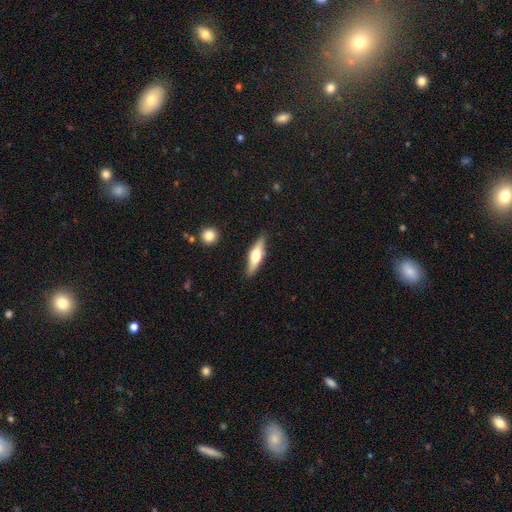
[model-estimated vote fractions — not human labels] Smooth or featured? Predicted: featured or disk (p=0.52). Edge-on disk? Predicted: yes (p=0.93). Merging? Predicted: none (p=0.86).